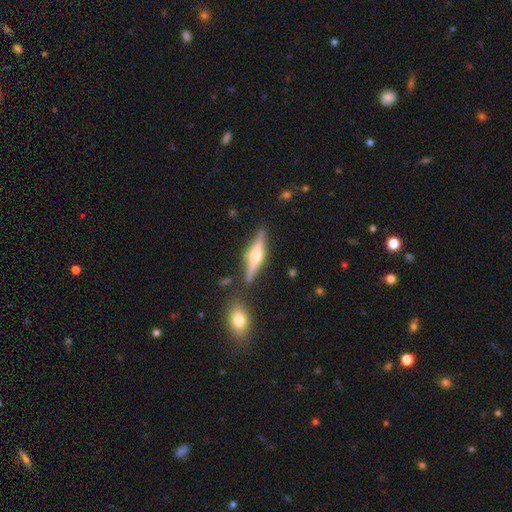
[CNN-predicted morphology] smooth_or_featured: featured or disk (p=0.73) [alt: smooth p=0.20]
disk_edge_on: yes (p=0.97) [alt: no p=0.03]
edge_on_bulge: rounded (p=0.89) [alt: boxy p=0.08]
merging: none (p=0.82) [alt: minor disturbance p=0.10]